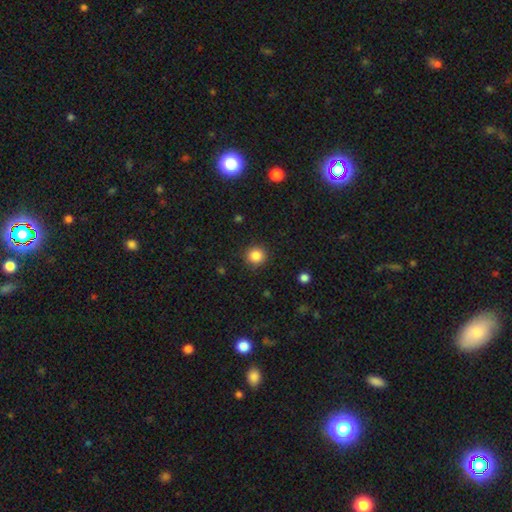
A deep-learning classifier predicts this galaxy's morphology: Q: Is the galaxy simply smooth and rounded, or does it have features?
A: smooth — 85%.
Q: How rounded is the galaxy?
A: round — 94%.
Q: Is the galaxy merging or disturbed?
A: none — 91%.